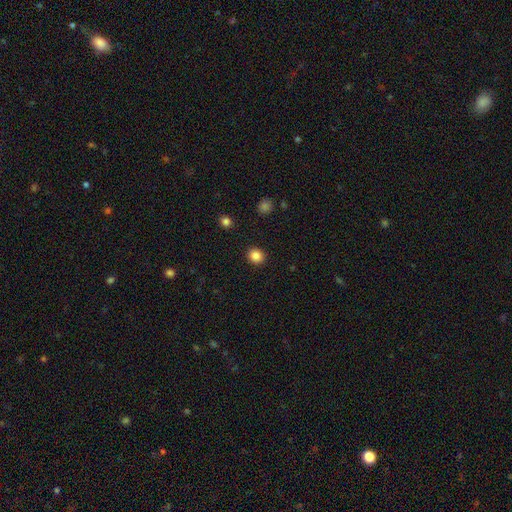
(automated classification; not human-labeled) Smooth or featured?
  - smooth: 85% *
  - star or artifact: 11%
  - featured or disk: 4%
How rounded?
  - round: 81% *
  - in between: 18%
  - cigar-shaped: 1%
Merging?
  - none: 91% *
  - minor disturbance: 5%
  - major disturbance: 2%
  - merger: 1%